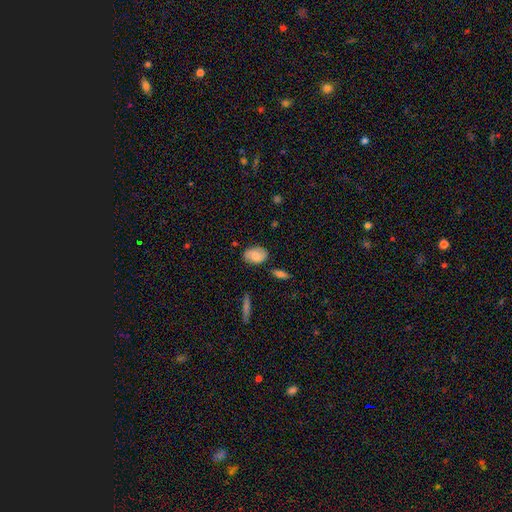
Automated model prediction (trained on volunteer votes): A smooth galaxy with no disk features (69%) that is in between round and cigar-shaped (83%). Merging: none (79%).